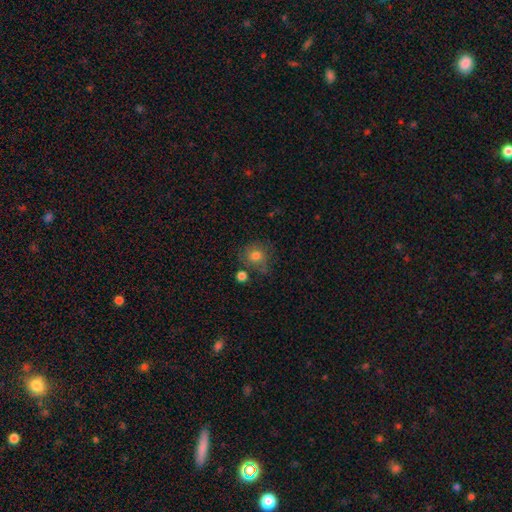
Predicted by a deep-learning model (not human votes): Smooth or featured: smooth — 76% (featured or disk — 13%)
How rounded: round — 82% (in between — 17%)
Merging: none — 64% (minor disturbance — 20%)